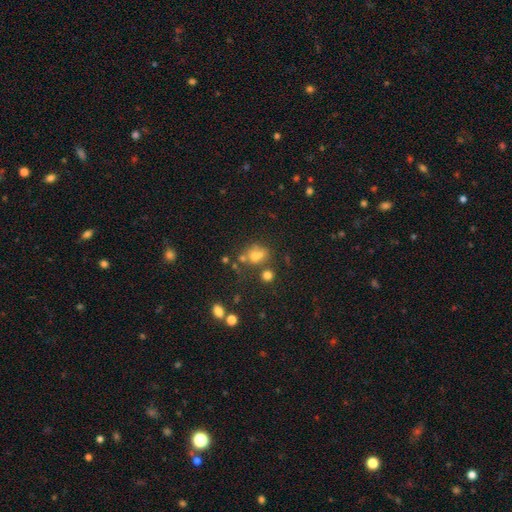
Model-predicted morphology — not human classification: smooth_or_featured: smooth (p=0.56) [alt: star or artifact p=0.26]
how_rounded: round (p=0.55) [alt: in between p=0.44]
merging: none (p=0.45) [alt: merger p=0.31]